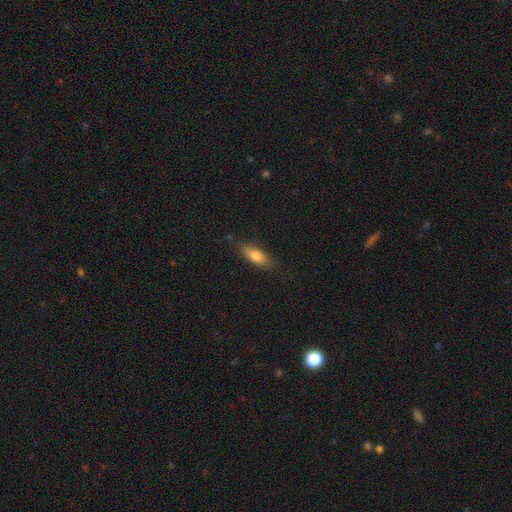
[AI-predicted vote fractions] This appears to be a smooth galaxy with no disk features (74%) that is in between round and cigar-shaped (67%). Merging: none (77%).